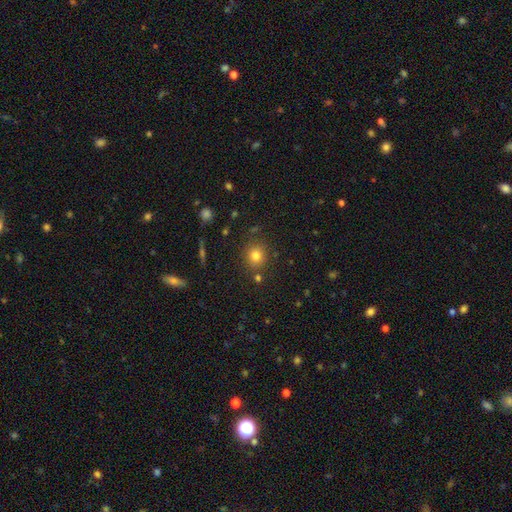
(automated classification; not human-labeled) This is likely a smooth galaxy (78%). How rounded: clearly round (82%). Merging: clearly none (82%).